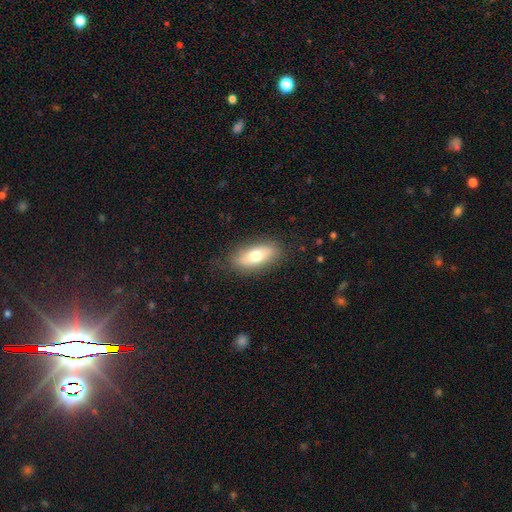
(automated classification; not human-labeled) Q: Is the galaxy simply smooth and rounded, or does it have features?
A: smooth — 70%.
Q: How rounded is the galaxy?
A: in between — 82%.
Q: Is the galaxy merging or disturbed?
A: none — 83%.